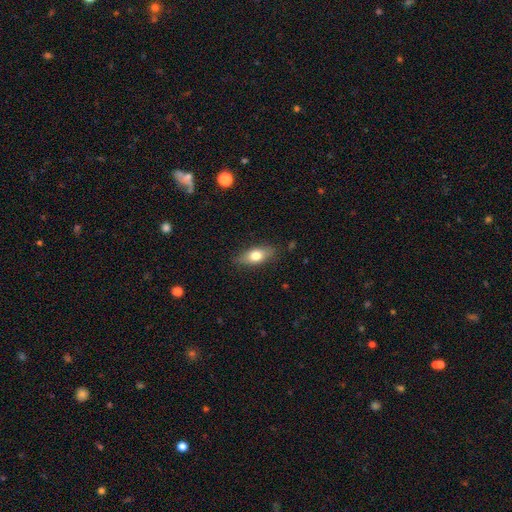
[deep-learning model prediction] Smooth or featured?
  - smooth: 71% *
  - featured or disk: 22%
  - star or artifact: 7%
How rounded?
  - in between: 77% *
  - cigar-shaped: 17%
  - round: 6%
Merging?
  - none: 83% *
  - minor disturbance: 13%
  - major disturbance: 3%
  - merger: 1%